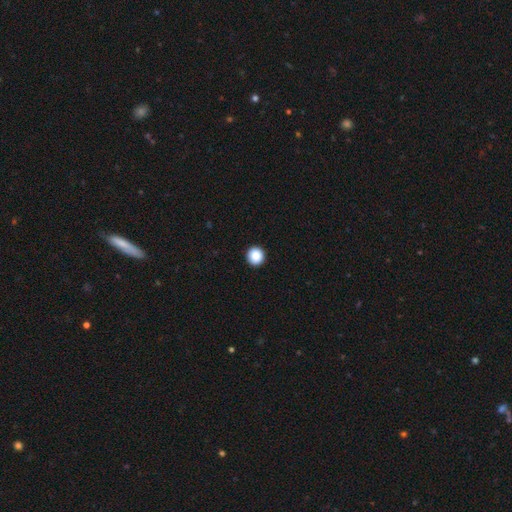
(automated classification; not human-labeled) Q: Smooth or featured?
A: smooth (88%); runner-up: star or artifact (9%)
Q: How rounded?
A: round (95%); runner-up: in between (5%)
Q: Merging?
A: none (94%); runner-up: minor disturbance (4%)